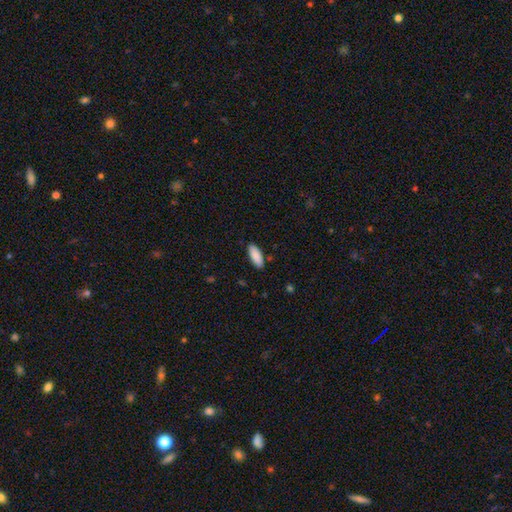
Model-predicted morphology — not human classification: Smooth or featured? smooth (90%)
How rounded? in between (76%)
Merging? none (87%)